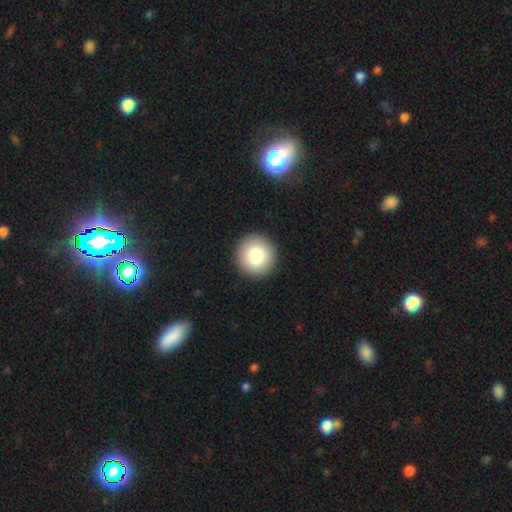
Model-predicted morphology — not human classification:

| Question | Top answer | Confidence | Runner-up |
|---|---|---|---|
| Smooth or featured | smooth | 81% | featured or disk (10%) |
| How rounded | round | 95% | in between (4%) |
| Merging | none | 93% | minor disturbance (4%) |